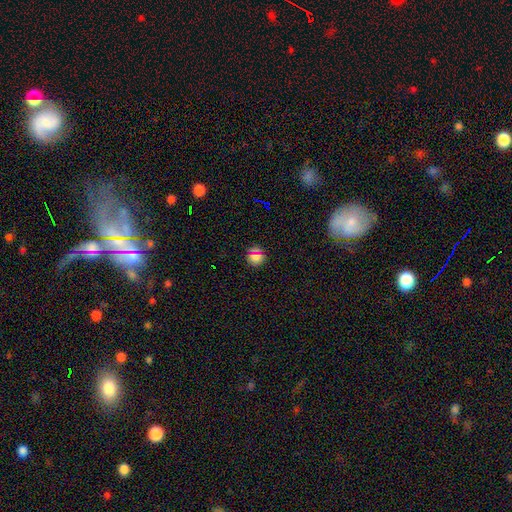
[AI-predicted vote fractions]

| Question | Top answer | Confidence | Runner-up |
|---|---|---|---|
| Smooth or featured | smooth | 74% | star or artifact (20%) |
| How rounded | round | 92% | in between (7%) |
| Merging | none | 89% | minor disturbance (7%) |